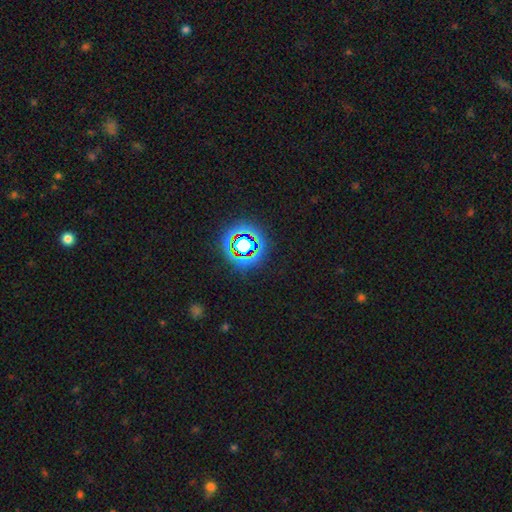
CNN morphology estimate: smooth-or-featured: star or artifact: 75% | smooth: 17% | featured or disk: 8%